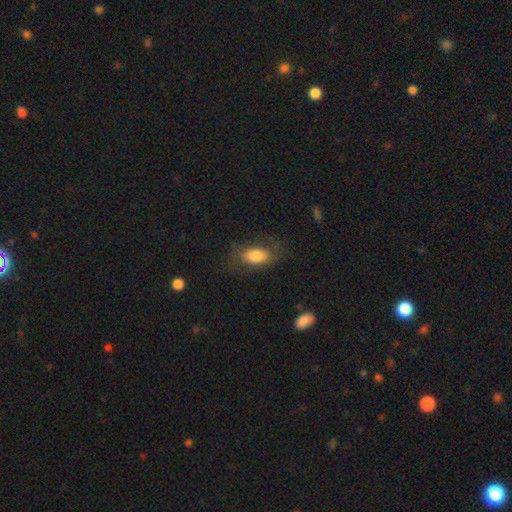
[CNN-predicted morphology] Smooth or featured?
  - smooth: 76% *
  - featured or disk: 17%
  - star or artifact: 7%
How rounded?
  - in between: 90% *
  - round: 7%
  - cigar-shaped: 4%
Merging?
  - none: 67% *
  - minor disturbance: 20%
  - major disturbance: 12%
  - merger: 1%